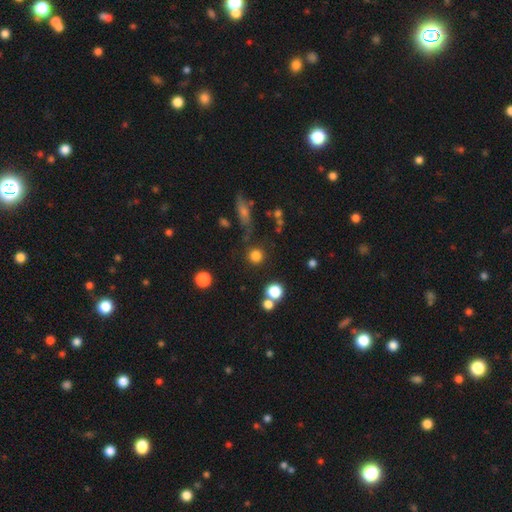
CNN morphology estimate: This is clearly a smooth galaxy (81%). How rounded: clearly round (93%). Merging: clearly none (82%).